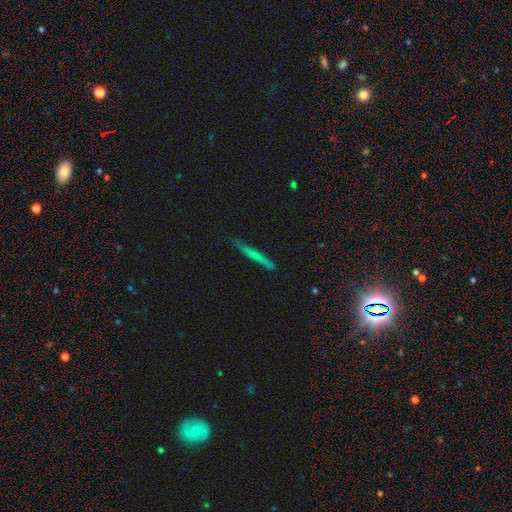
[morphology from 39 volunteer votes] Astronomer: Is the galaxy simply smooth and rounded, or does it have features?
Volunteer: featured or disk — 51% (runner-up: smooth, 44%).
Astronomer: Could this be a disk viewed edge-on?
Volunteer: yes — 95%.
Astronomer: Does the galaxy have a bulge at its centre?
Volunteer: none — 53% (runner-up: rounded, 42%).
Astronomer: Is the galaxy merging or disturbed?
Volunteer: none — 81%.